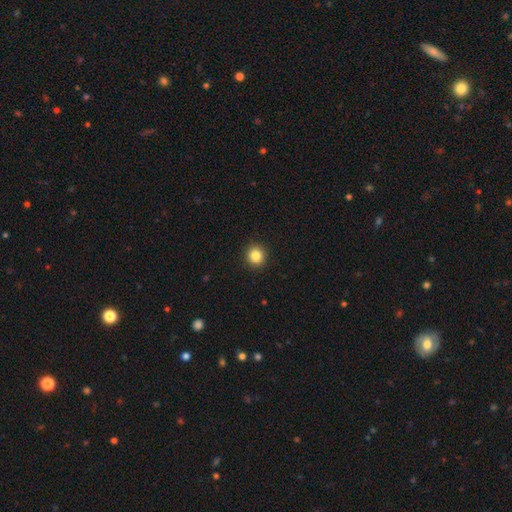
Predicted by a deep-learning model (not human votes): A smooth galaxy with no disk features (84%) that is round (92%).

Vote fractions:
- Smooth or featured? smooth: 84% / star or artifact: 11% / featured or disk: 5%
- How rounded? round: 92% / in between: 7% / cigar-shaped: 1%
- Merging? none: 92% / minor disturbance: 5% / major disturbance: 2% / merger: 1%